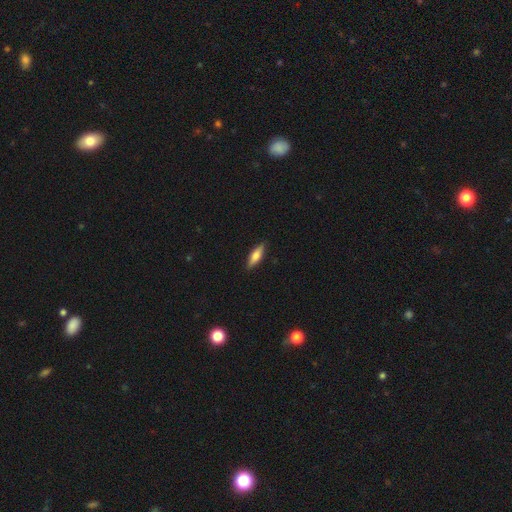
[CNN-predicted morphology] Smooth or featured: smooth — 71% (featured or disk — 23%)
How rounded: cigar-shaped — 49% (tied with in between — 49%)
Merging: none — 87% (minor disturbance — 10%)